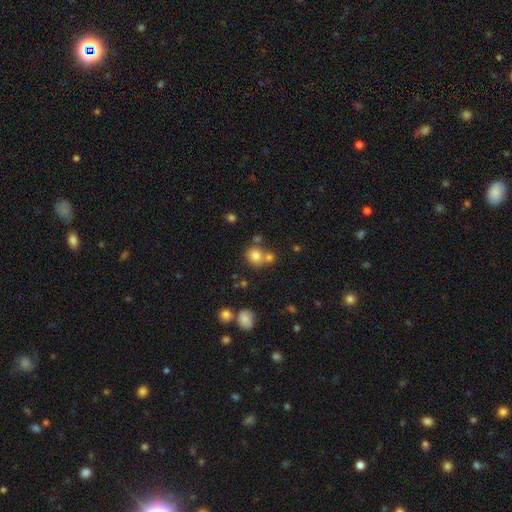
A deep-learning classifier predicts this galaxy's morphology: The model was most divided on "merging": none: 55%, merger: 32%, minor disturbance: 9%, major disturbance: 3%. More confident: how rounded — round (81%); smooth or featured — smooth (79%).